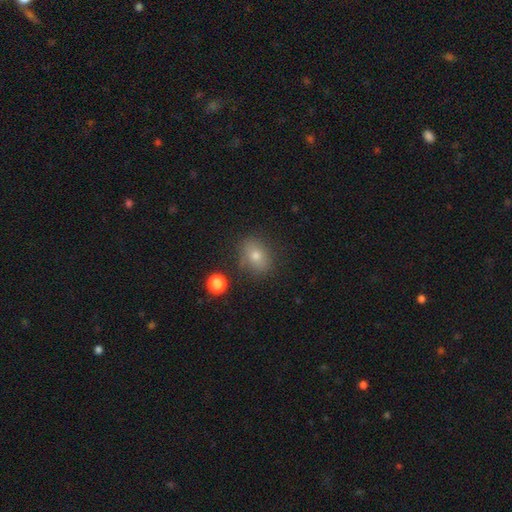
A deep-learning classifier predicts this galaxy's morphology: Smooth or featured: smooth — 71% (featured or disk — 15%)
How rounded: in between — 61% (round — 37%)
Merging: none — 79% (minor disturbance — 14%)